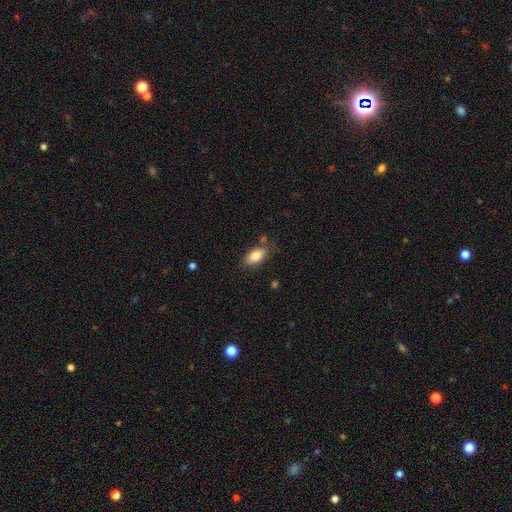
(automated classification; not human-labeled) A smooth galaxy with no disk features (82%) that is in between round and cigar-shaped (90%). Merging: none (76%).